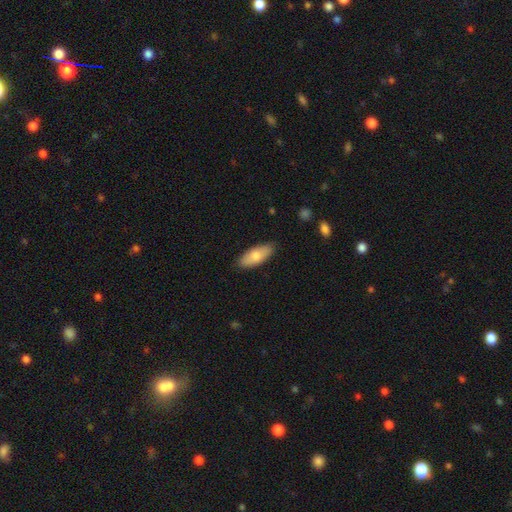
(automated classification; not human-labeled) Q: Smooth or featured?
A: smooth (73%); runner-up: featured or disk (21%)
Q: How rounded?
A: in between (83%); runner-up: cigar-shaped (15%)
Q: Merging?
A: none (86%); runner-up: minor disturbance (11%)